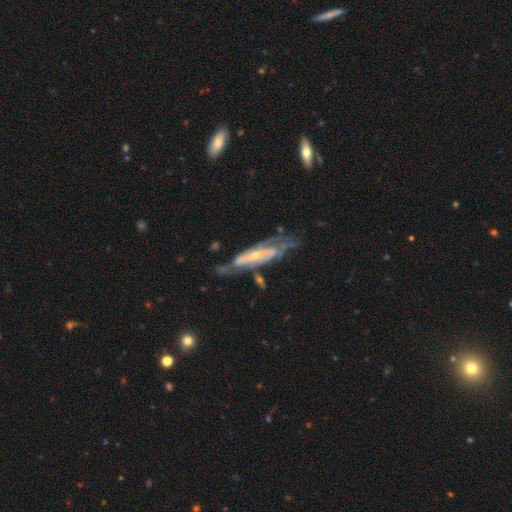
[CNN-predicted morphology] Smooth or featured? featured or disk (80%)
Edge-on disk? no (68%)
Bar? no (48%)
Spiral arms? yes (83%)
Bulge size? small (61%)
Merging? none (50%)